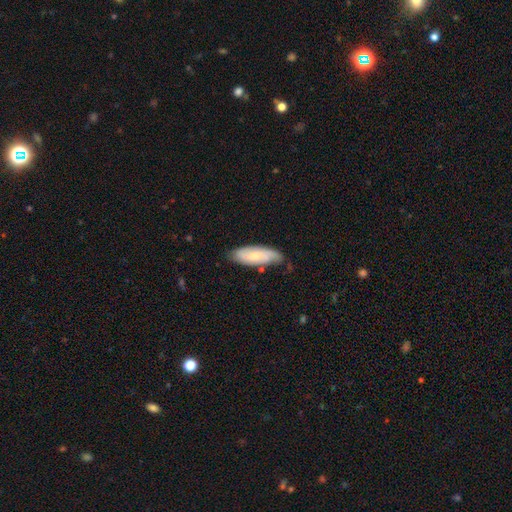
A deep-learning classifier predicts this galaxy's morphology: Smooth or featured? Predicted: smooth (p=0.50). How rounded? Predicted: in between (p=0.64). Merging? Predicted: none (p=0.67).